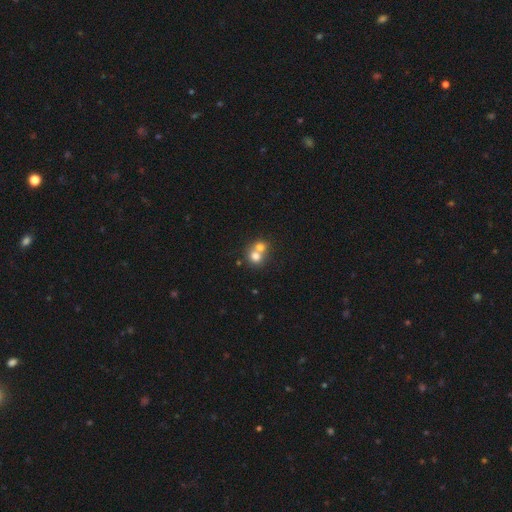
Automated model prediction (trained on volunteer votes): The model was most divided on "merging": merger: 64%, none: 29%, minor disturbance: 5%, major disturbance: 2%. More confident: how rounded — round (80%); smooth or featured — smooth (72%).